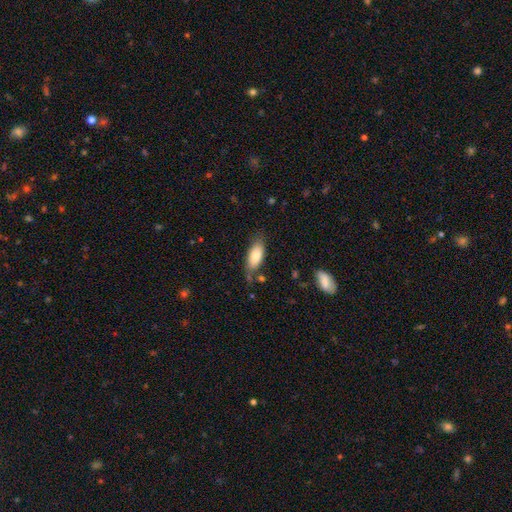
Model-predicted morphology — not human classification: smooth_or_featured: smooth (p=0.78) [alt: featured or disk p=0.15]
how_rounded: in between (p=0.85) [alt: cigar-shaped p=0.13]
merging: none (p=0.69) [alt: minor disturbance p=0.22]